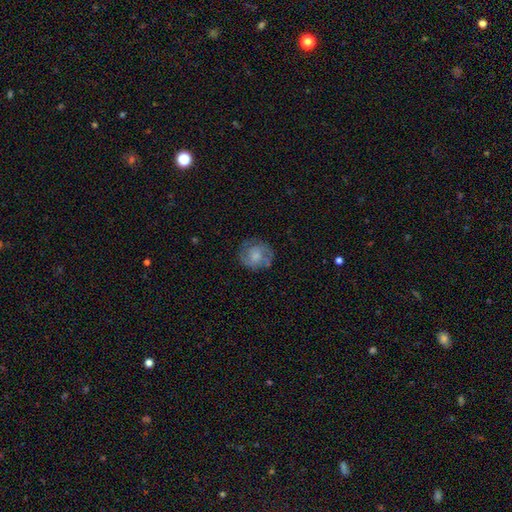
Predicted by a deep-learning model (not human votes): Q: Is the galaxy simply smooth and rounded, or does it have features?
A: smooth — 50%.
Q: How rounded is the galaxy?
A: round — 83%.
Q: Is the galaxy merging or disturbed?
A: none — 71%.